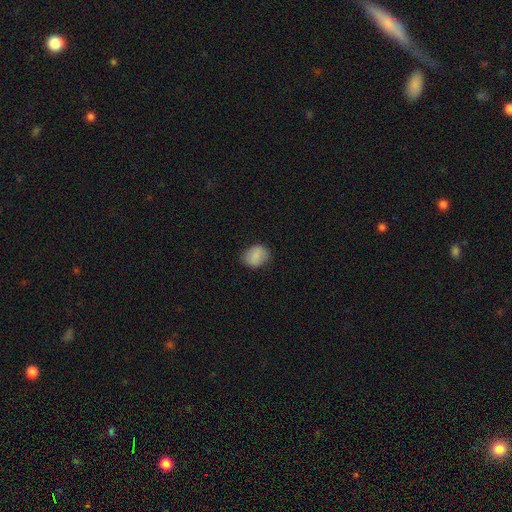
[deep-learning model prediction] Q: Smooth or featured?
A: smooth (84%); runner-up: featured or disk (8%)
Q: How rounded?
A: in between (56%); runner-up: round (43%)
Q: Merging?
A: none (81%); runner-up: minor disturbance (15%)